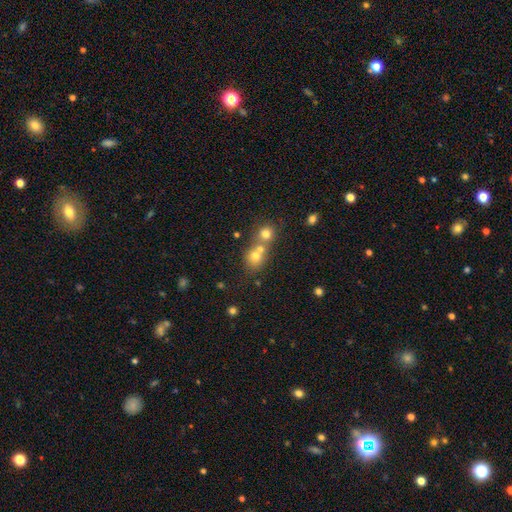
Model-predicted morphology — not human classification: The model was most divided on "merging": merger: 52%, none: 39%, minor disturbance: 6%, major disturbance: 3%. More confident: how rounded — round (76%); smooth or featured — smooth (68%).